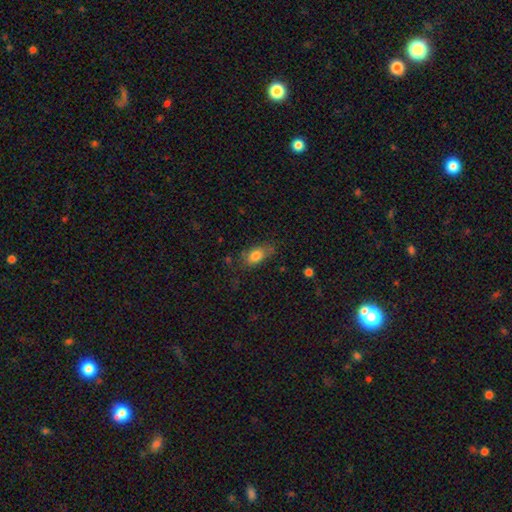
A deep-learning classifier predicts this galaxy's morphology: type=smooth (79%); roundness=in between (83%); merging=none (64%).